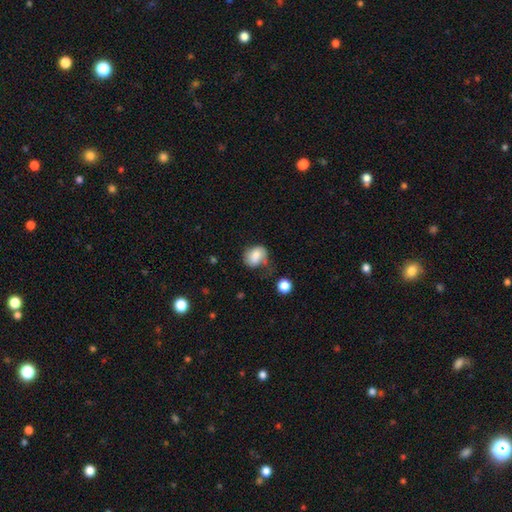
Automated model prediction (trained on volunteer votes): Smooth or featured? Predicted: smooth (p=0.72). How rounded? Predicted: in between (p=0.56). Merging? Predicted: none (p=0.40).